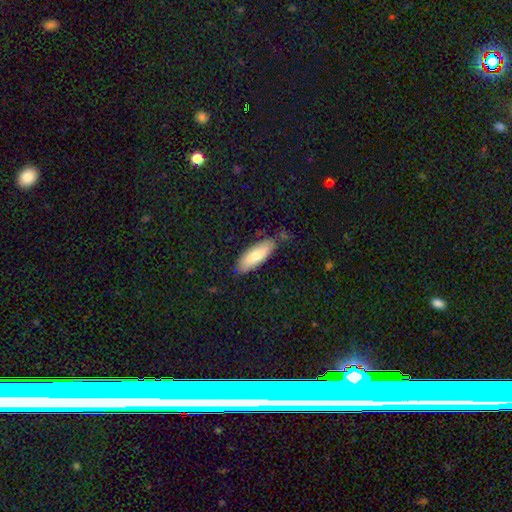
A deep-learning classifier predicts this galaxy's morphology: Smooth or featured: smooth — 76% (featured or disk — 18%)
How rounded: in between — 67% (cigar-shaped — 31%)
Merging: none — 77% (minor disturbance — 17%)